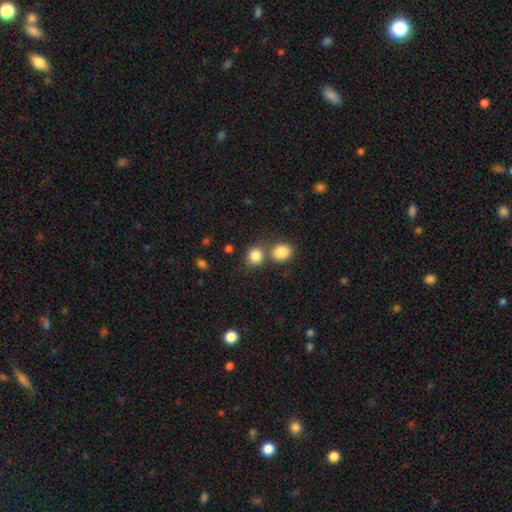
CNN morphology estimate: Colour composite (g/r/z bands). It shows a smooth galaxy with no disk features (85%) that is round (77%). Merging: none (55%).